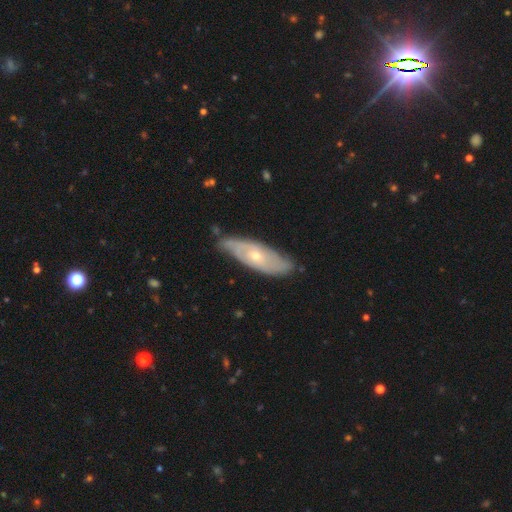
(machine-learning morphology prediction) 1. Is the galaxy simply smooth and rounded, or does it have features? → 70% featured or disk, 24% smooth, 6% star or artifact.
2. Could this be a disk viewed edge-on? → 80% no, 20% yes.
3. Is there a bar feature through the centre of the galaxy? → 78% no, 19% weak, 4% strong.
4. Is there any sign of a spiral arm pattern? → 77% yes, 23% no.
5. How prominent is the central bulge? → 56% small, 41% moderate, 1% large, 1% none, 1% dominant.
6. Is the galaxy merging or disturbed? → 70% none, 23% minor disturbance, 5% major disturbance, 2% merger.